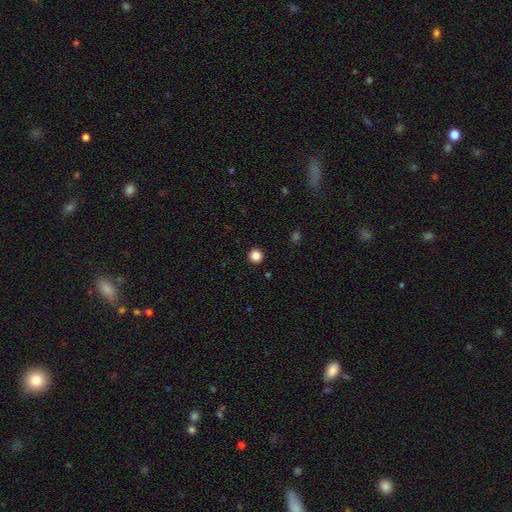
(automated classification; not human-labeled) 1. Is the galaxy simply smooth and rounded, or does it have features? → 85% smooth, 11% star or artifact, 3% featured or disk.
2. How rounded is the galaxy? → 96% round, 3% in between, 1% cigar-shaped.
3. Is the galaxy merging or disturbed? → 94% none, 4% minor disturbance, 1% major disturbance, 1% merger.